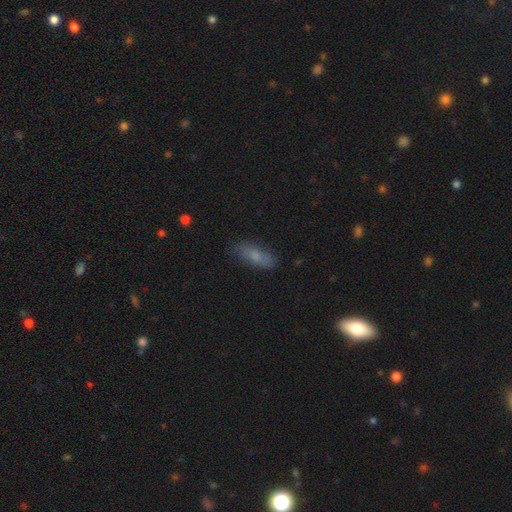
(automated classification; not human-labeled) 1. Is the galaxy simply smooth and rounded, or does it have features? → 74% smooth, 18% featured or disk, 8% star or artifact.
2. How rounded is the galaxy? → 61% in between, 36% cigar-shaped, 3% round.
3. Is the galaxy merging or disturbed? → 77% none, 18% minor disturbance, 4% major disturbance, 2% merger.